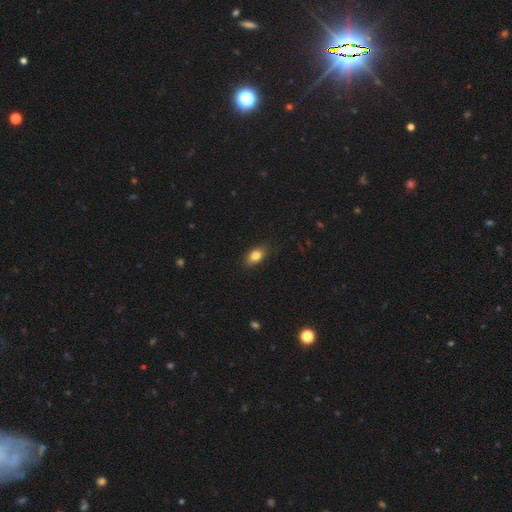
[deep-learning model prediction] smooth-or-featured: smooth: 82% | featured or disk: 10% | star or artifact: 9%
  how-rounded: in between: 85% | round: 10% | cigar-shaped: 4%
  merging: none: 86% | minor disturbance: 11% | major disturbance: 2% | merger: 1%